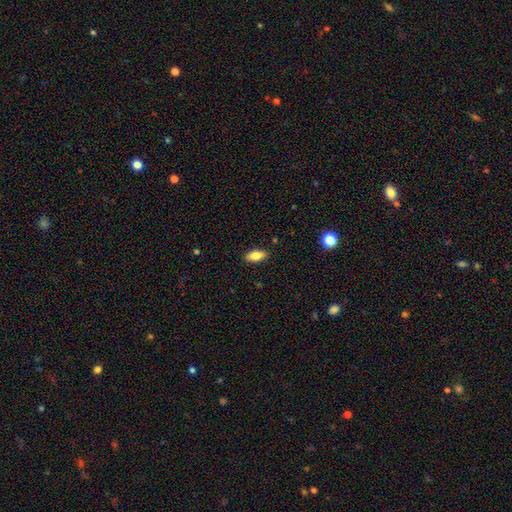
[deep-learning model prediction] smooth 80%, featured or disk 12%, star or artifact 7%. Down the decision tree: how rounded — in between (85%); merging — none (88%).